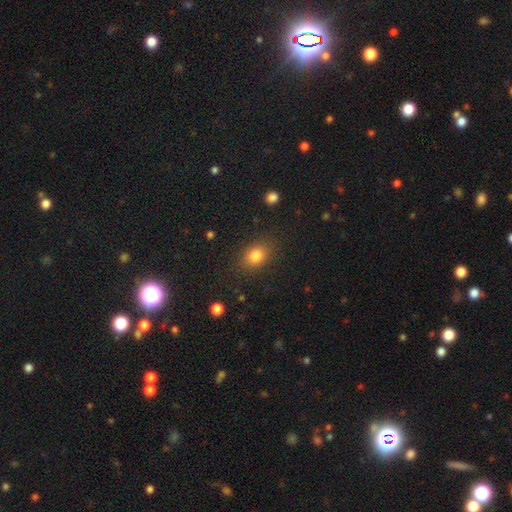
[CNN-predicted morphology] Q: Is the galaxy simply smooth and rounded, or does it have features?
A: smooth — 82%.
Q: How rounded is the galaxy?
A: in between — 65%.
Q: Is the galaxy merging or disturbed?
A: none — 83%.